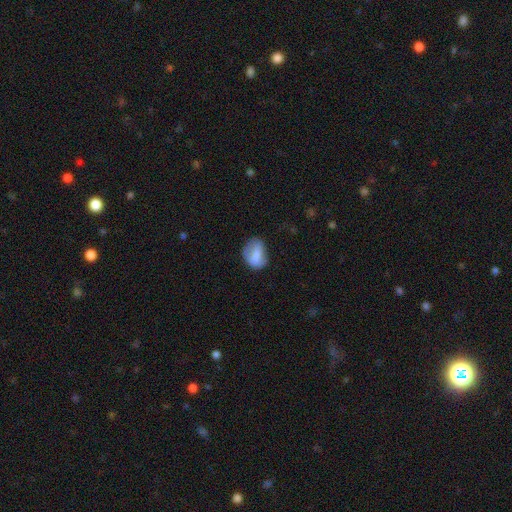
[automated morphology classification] Q: Smooth or featured?
A: smooth (74%); runner-up: featured or disk (17%)
Q: How rounded?
A: in between (71%); runner-up: round (27%)
Q: Merging?
A: none (50%); runner-up: minor disturbance (32%)